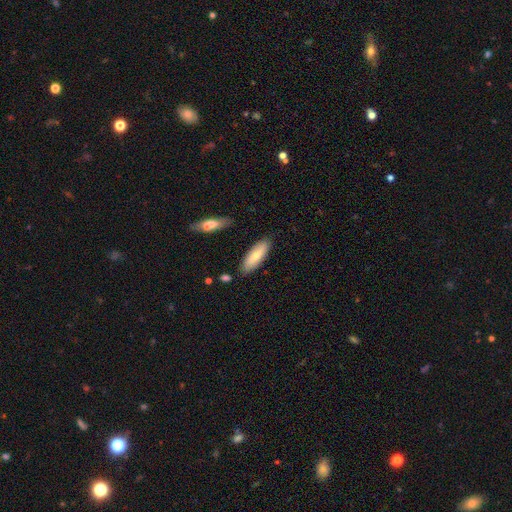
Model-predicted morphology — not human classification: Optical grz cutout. It shows a smooth galaxy with no disk features (72%) that is in between round and cigar-shaped (60%). Merging: none (83%).